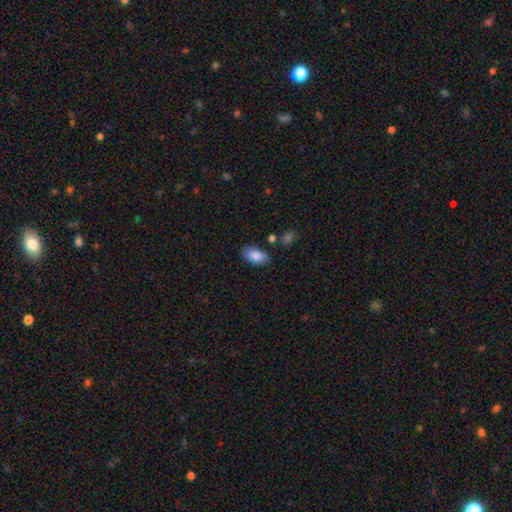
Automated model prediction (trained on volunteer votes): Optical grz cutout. It shows a smooth galaxy with no disk features (86%) that is in between round and cigar-shaped (94%). Merging: none (80%).